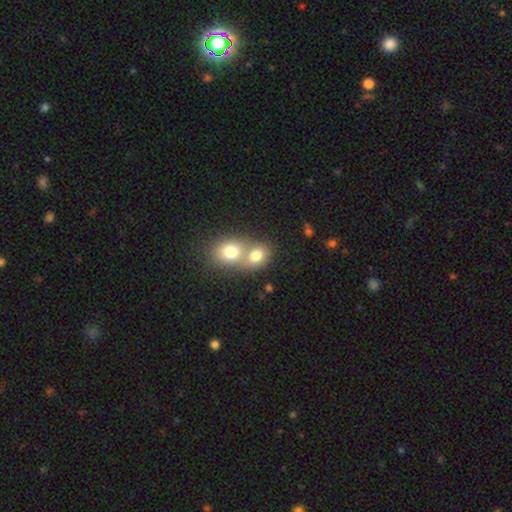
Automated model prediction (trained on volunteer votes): Smooth or featured? smooth (75%)
How rounded? round (52%)
Merging? merger (66%)